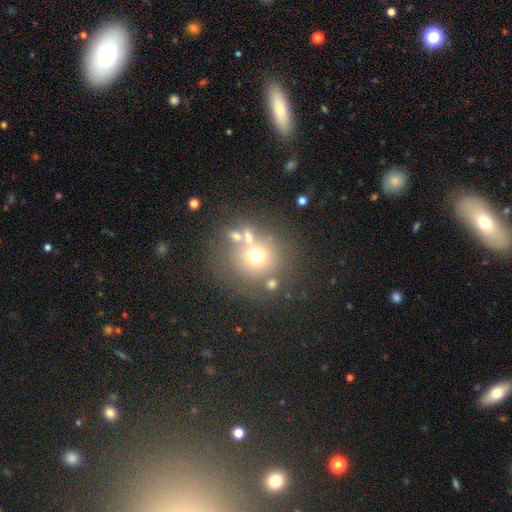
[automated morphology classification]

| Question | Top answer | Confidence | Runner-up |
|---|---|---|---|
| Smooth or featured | smooth | 65% | featured or disk (18%) |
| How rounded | round | 87% | in between (12%) |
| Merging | none | 61% | merger (20%) |